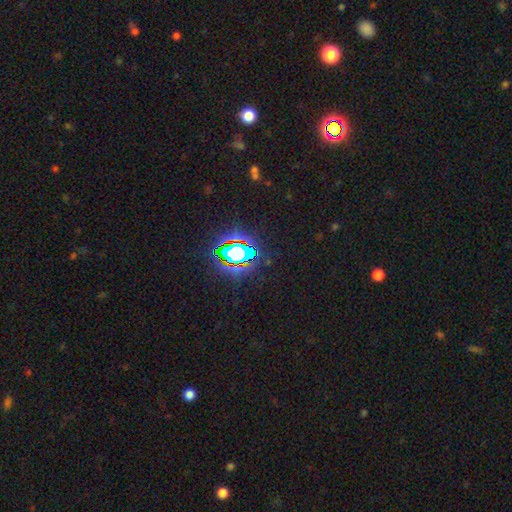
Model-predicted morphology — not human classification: A star or artifact, not a galaxy (78%).

Vote fractions:
- Smooth or featured? star or artifact: 78% / smooth: 13% / featured or disk: 9%